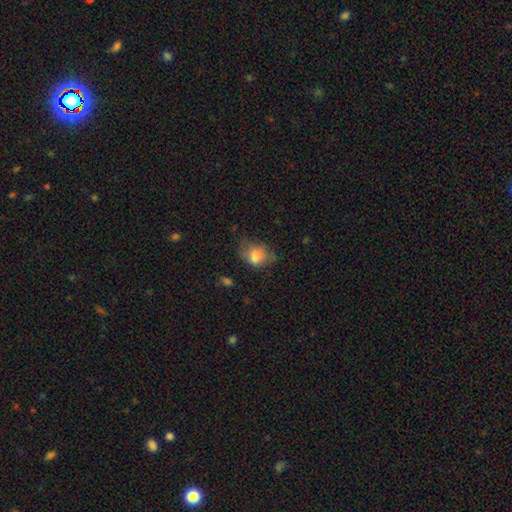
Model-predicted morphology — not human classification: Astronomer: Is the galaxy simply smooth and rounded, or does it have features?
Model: smooth — 73%.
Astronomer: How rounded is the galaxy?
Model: in between — 67%.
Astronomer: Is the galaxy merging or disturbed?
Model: none — 42% (runner-up: minor disturbance, 34%).